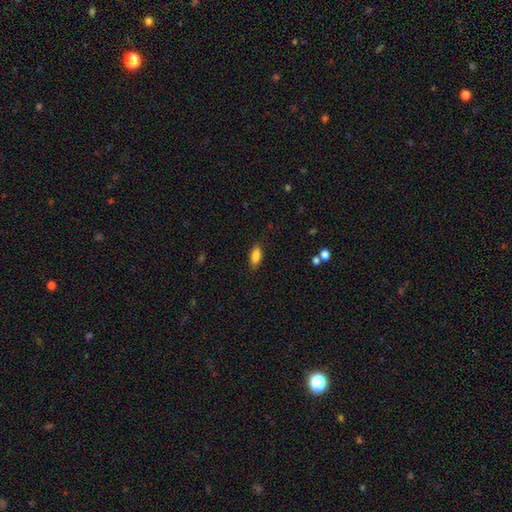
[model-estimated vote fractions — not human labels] Morphology: type=smooth (86%); roundness=in between (80%); merging=none (86%).